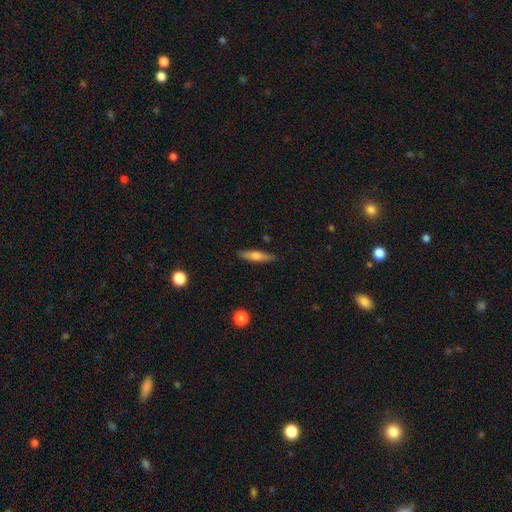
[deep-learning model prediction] A smooth galaxy with no disk features (58%) that is cigar-shaped (77%). Merging: none (87%).